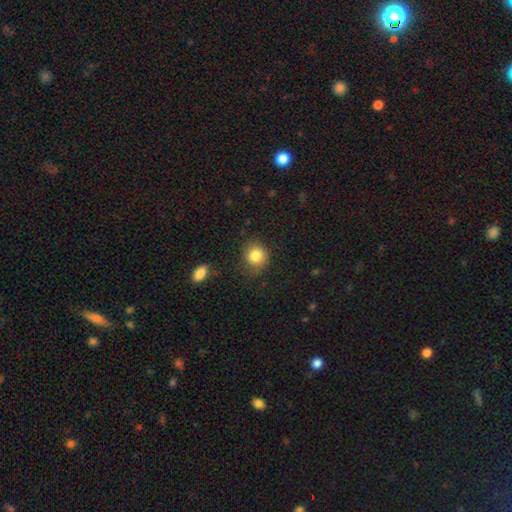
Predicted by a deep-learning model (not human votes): A smooth galaxy with no disk features (84%) that is round (82%). Merging: none (78%).